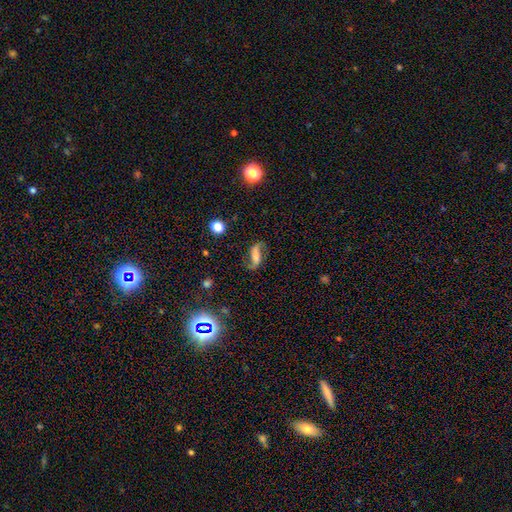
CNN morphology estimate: type=featured or disk (71%); edge-on=no (94%); bar=strong (42%); spiral arms=yes (93%); winding=loose (78%); arm count=2 (91%); bulge=none (48%); merging=none (72%).